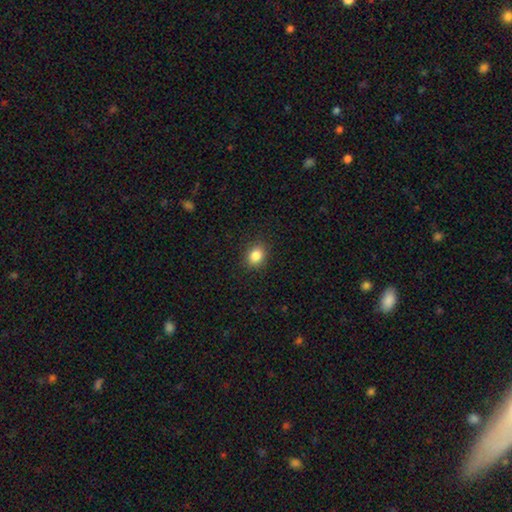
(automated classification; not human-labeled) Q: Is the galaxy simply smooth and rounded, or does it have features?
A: smooth — 85%.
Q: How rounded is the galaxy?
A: in between — 50%.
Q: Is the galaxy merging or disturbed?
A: none — 89%.